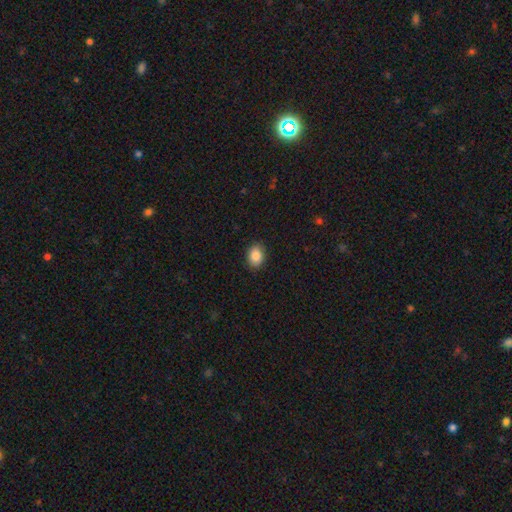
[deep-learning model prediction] Smooth or featured? smooth (87%)
How rounded? in between (71%)
Merging? none (88%)